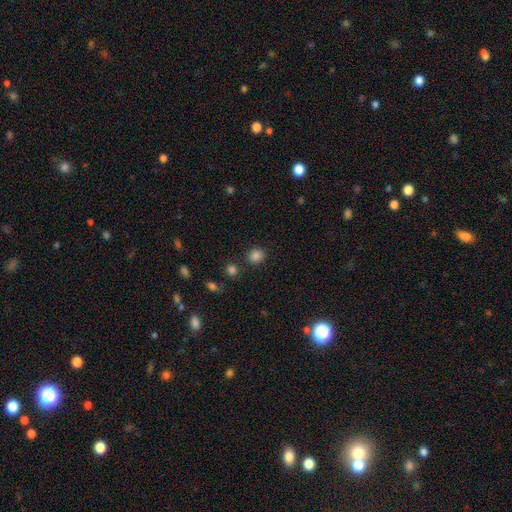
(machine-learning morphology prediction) type=smooth (84%); roundness=round (80%); merging=none (85%).